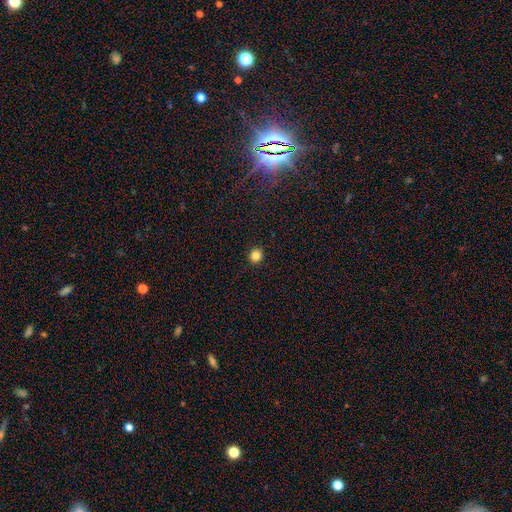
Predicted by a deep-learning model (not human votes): Smooth or featured?
  - smooth: 84% *
  - star or artifact: 12%
  - featured or disk: 3%
How rounded?
  - round: 89% *
  - in between: 10%
  - cigar-shaped: 1%
Merging?
  - none: 93% *
  - minor disturbance: 5%
  - major disturbance: 2%
  - merger: 1%